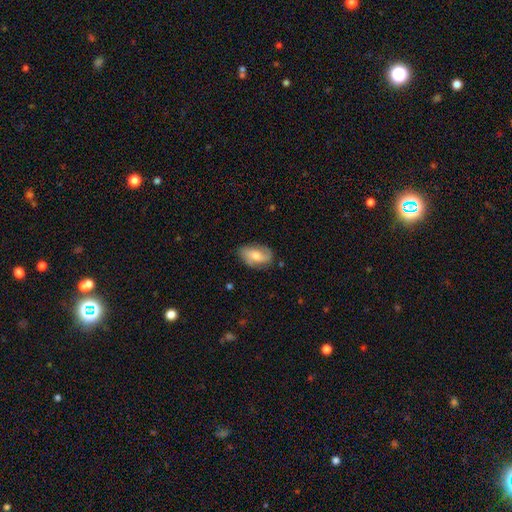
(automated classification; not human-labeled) smooth-or-featured: featured or disk: 47% | smooth: 45% | star or artifact: 7%
  merging: none: 68% | minor disturbance: 23% | major disturbance: 7% | merger: 2%